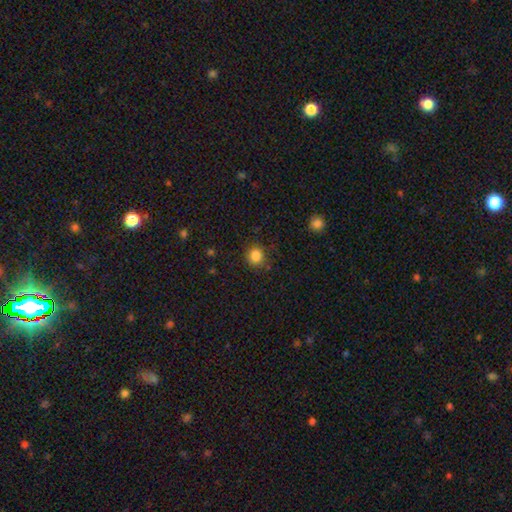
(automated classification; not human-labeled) Morphology: type=smooth (84%); roundness=round (87%); merging=none (86%).